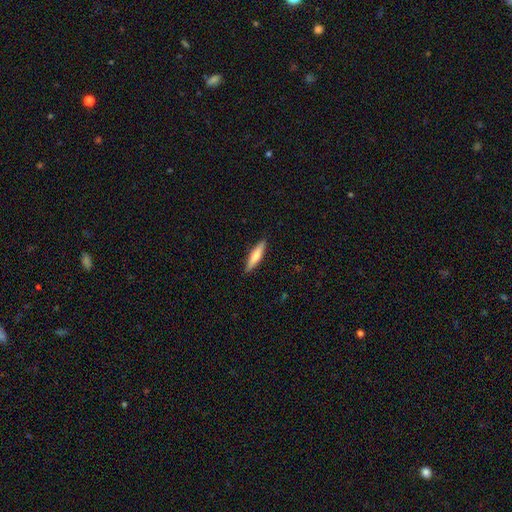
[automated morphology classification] This is likely a smooth galaxy (69%). How rounded: likely cigar-shaped (79%). Merging: clearly none (89%).